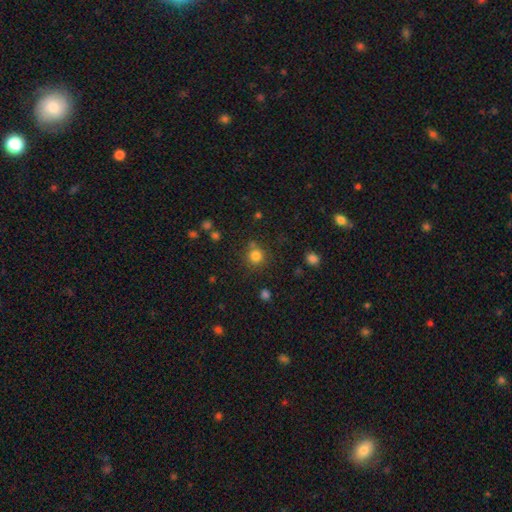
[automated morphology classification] A smooth galaxy with no disk features (80%) that is round (93%). Merging: none (78%).